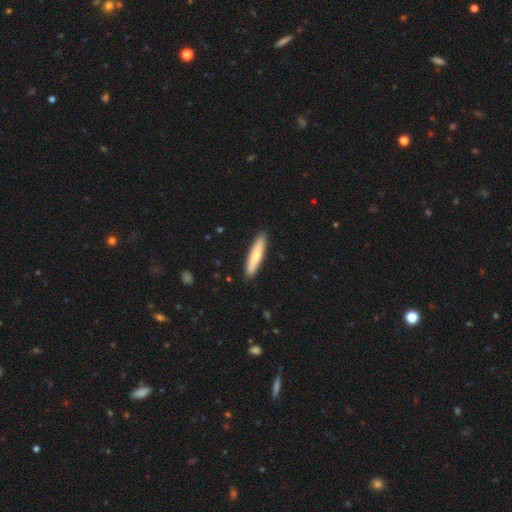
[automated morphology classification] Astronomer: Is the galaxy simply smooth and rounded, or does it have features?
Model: smooth — 70%.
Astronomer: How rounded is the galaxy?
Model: cigar-shaped — 88%.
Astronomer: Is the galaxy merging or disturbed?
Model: none — 90%.